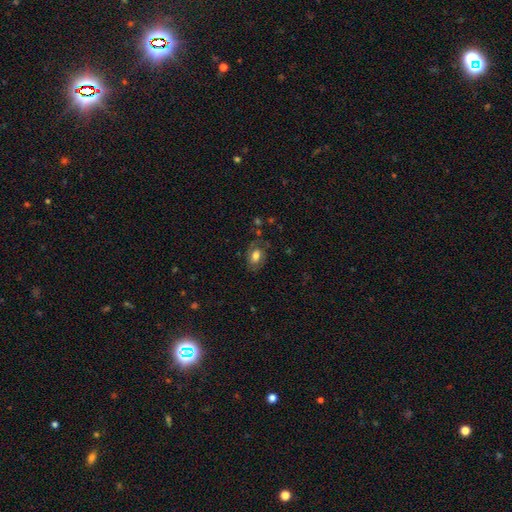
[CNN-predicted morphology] Q: Smooth or featured?
A: smooth (58%); runner-up: featured or disk (33%)
Q: How rounded?
A: in between (81%); runner-up: round (17%)
Q: Merging?
A: none (65%); runner-up: minor disturbance (21%)